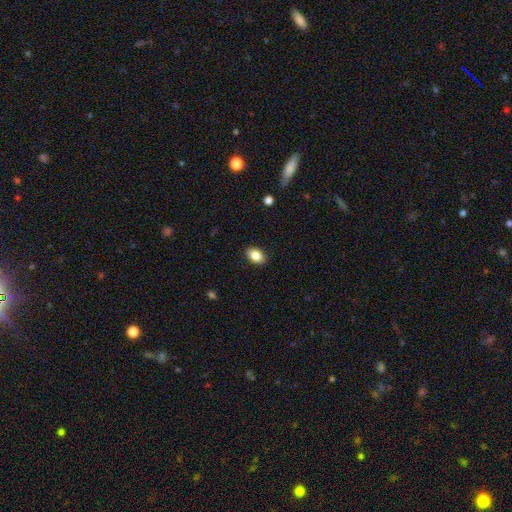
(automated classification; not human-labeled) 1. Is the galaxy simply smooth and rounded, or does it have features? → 84% smooth, 8% star or artifact, 8% featured or disk.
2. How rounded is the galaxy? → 86% in between, 13% round, 1% cigar-shaped.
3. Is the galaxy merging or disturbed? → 90% none, 8% minor disturbance, 2% major disturbance, 1% merger.